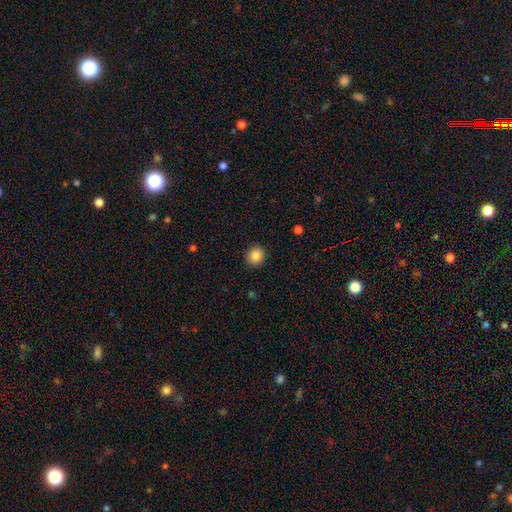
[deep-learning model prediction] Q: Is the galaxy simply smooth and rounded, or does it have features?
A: smooth — 87%.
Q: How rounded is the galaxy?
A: round — 88%.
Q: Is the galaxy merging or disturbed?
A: none — 91%.